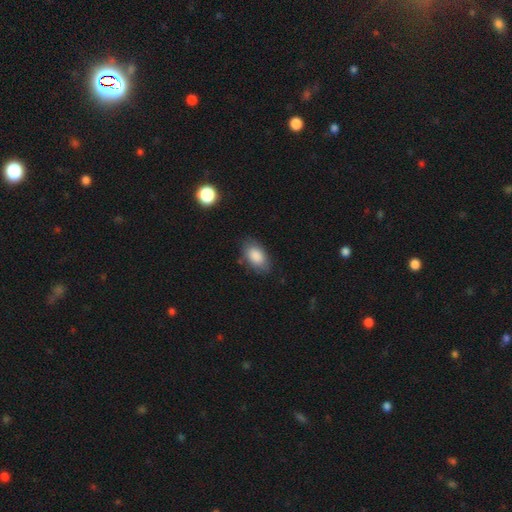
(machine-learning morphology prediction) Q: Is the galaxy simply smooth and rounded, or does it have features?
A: smooth — 87%.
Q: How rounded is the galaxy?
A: in between — 92%.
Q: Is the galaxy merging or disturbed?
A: none — 79%.